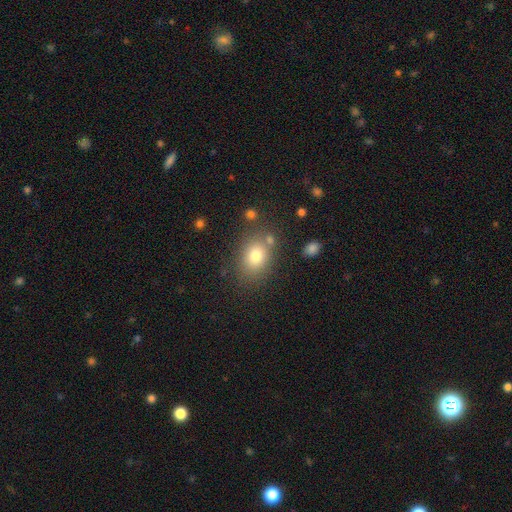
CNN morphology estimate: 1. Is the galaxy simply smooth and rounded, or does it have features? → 77% smooth, 12% star or artifact, 11% featured or disk.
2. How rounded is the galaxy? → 65% in between, 34% round, 1% cigar-shaped.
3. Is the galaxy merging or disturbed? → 74% none, 13% minor disturbance, 9% merger, 5% major disturbance.